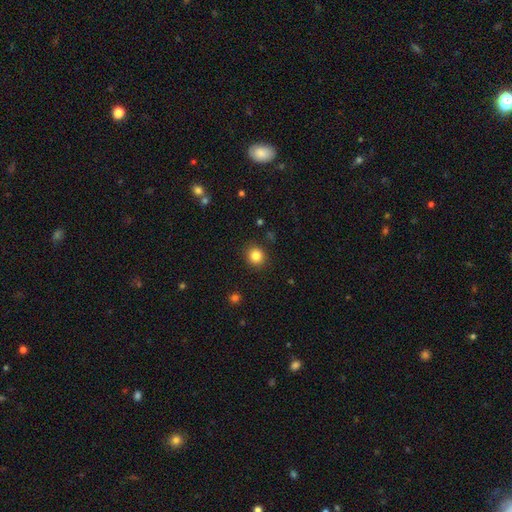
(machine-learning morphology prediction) This appears to be a smooth galaxy with no disk features (84%) that is round (83%). Merging: none (89%).